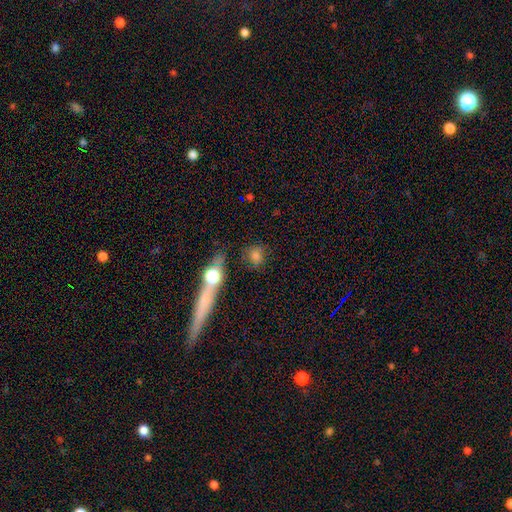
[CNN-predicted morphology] A smooth galaxy with no disk features (71%) that is round (69%). Merging: none (72%).